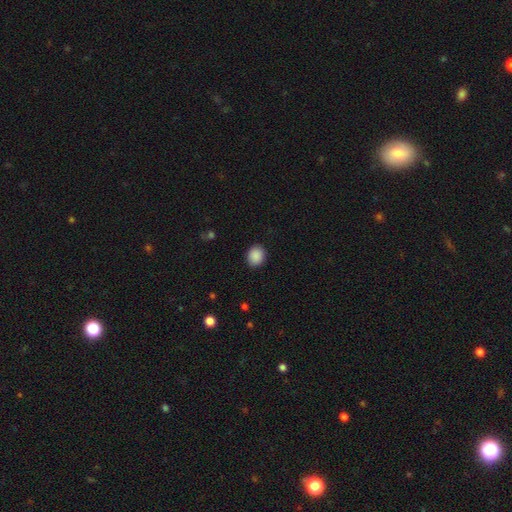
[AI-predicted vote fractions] A smooth galaxy with no disk features (89%) that is round (64%).

Vote fractions:
- Smooth or featured? smooth: 89% / star or artifact: 8% / featured or disk: 2%
- How rounded? round: 64% / in between: 36% / cigar-shaped: 1%
- Merging? none: 90% / minor disturbance: 7% / major disturbance: 2% / merger: 1%